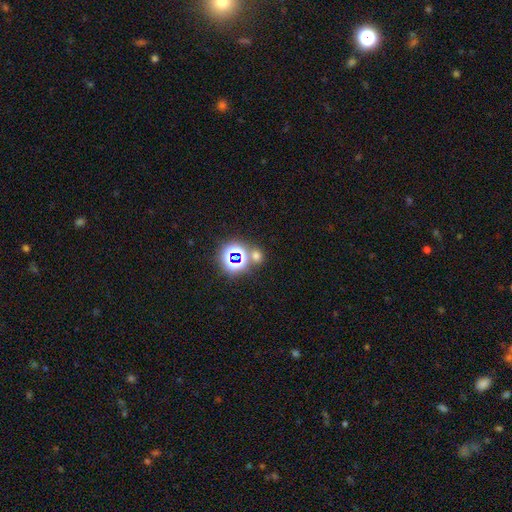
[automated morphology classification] smooth_or_featured: smooth (p=0.49) [alt: star or artifact p=0.44]
merging: none (p=0.69) [alt: merger p=0.19]